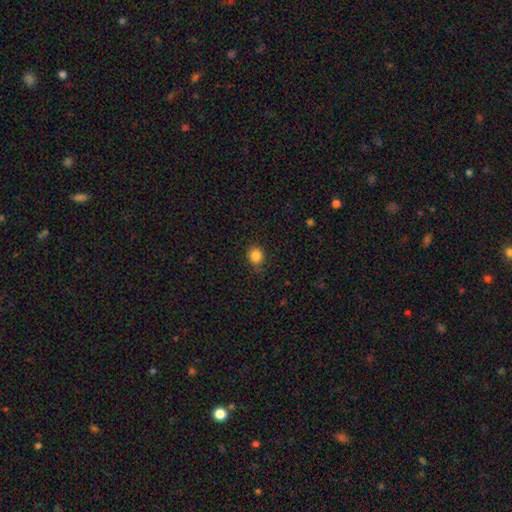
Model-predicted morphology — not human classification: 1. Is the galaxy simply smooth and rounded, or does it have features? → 85% smooth, 11% star or artifact, 4% featured or disk.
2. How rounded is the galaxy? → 74% round, 25% in between, 1% cigar-shaped.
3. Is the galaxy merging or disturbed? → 78% none, 17% minor disturbance, 4% major disturbance, 1% merger.